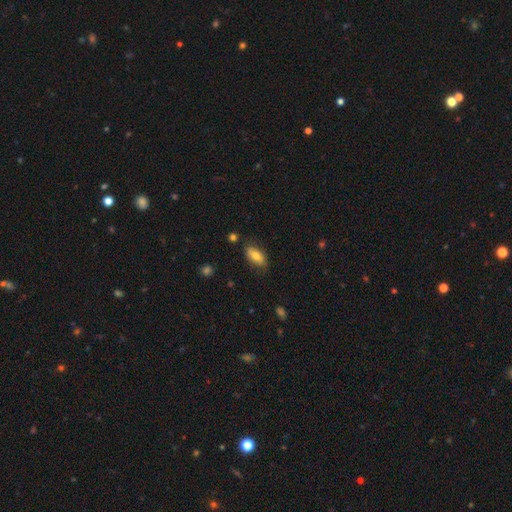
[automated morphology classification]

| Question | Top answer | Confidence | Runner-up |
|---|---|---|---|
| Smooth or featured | smooth | 73% | featured or disk (20%) |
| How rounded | in between | 88% | cigar-shaped (8%) |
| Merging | none | 78% | minor disturbance (16%) |